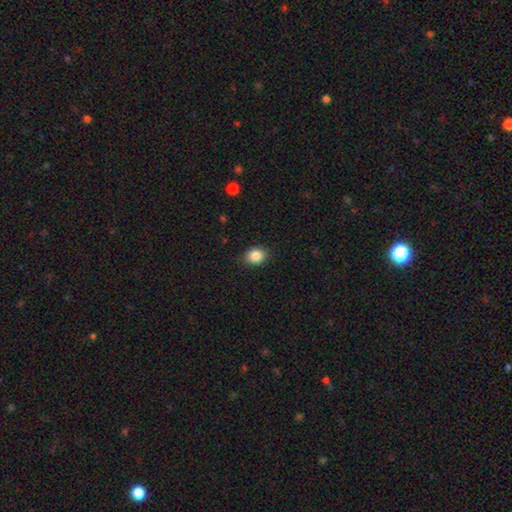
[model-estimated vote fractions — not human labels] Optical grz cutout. It shows a smooth galaxy with no disk features (86%) that is in between round and cigar-shaped (50%). Merging: none (88%).